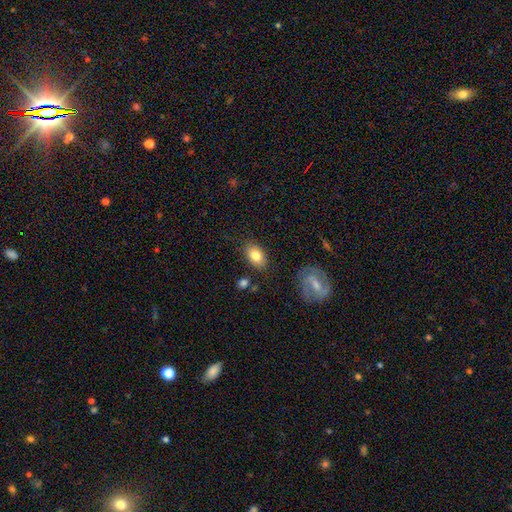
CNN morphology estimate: smooth-or-featured: smooth: 81% | featured or disk: 12% | star or artifact: 8%
  how-rounded: in between: 85% | round: 14% | cigar-shaped: 1%
  merging: none: 82% | minor disturbance: 12% | major disturbance: 3% | merger: 3%